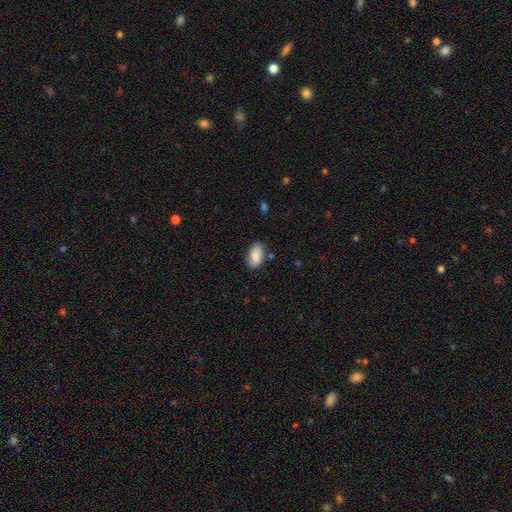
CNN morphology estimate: A smooth galaxy with no disk features (88%) that is in between round and cigar-shaped (93%).

Vote fractions:
- Smooth or featured? smooth: 88% / star or artifact: 6% / featured or disk: 5%
- How rounded? in between: 93% / cigar-shaped: 4% / round: 3%
- Merging? none: 78% / minor disturbance: 16% / major disturbance: 3% / merger: 3%